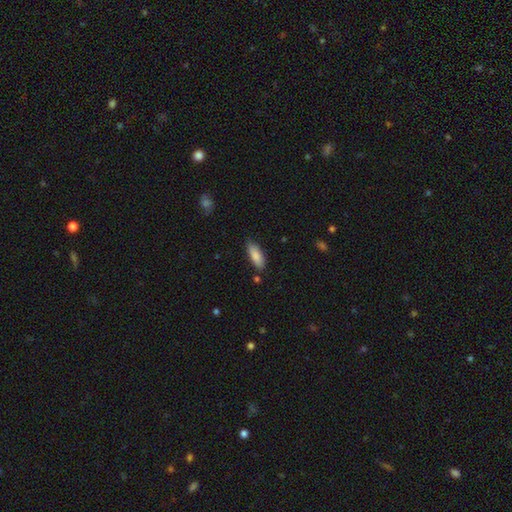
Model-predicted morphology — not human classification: smooth-or-featured: smooth: 85% | featured or disk: 9% | star or artifact: 6%
  how-rounded: in between: 70% | cigar-shaped: 28% | round: 2%
  merging: none: 81% | minor disturbance: 14% | merger: 3% | major disturbance: 3%